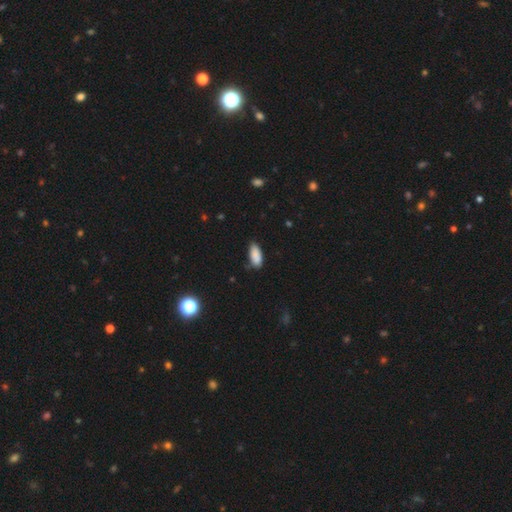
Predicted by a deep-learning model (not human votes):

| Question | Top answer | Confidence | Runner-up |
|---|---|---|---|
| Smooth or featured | smooth | 87% | star or artifact (8%) |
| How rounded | in between | 86% | cigar-shaped (12%) |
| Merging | none | 66% | minor disturbance (28%) |